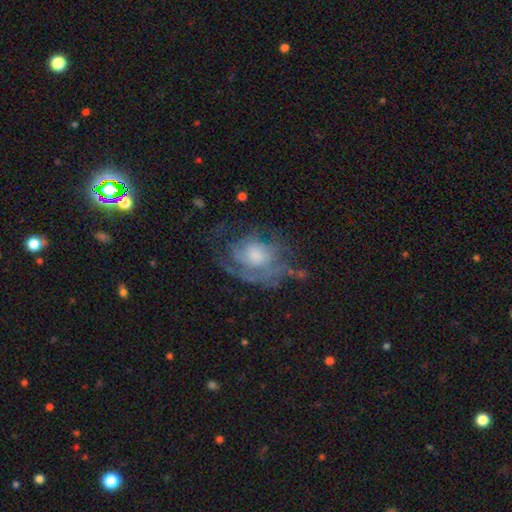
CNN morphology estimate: This appears to be a featured or disk galaxy (71%) with no bar (74%), tight (46%) spiral arms (78%) and a moderate central bulge (39%). Merging: none (49%).